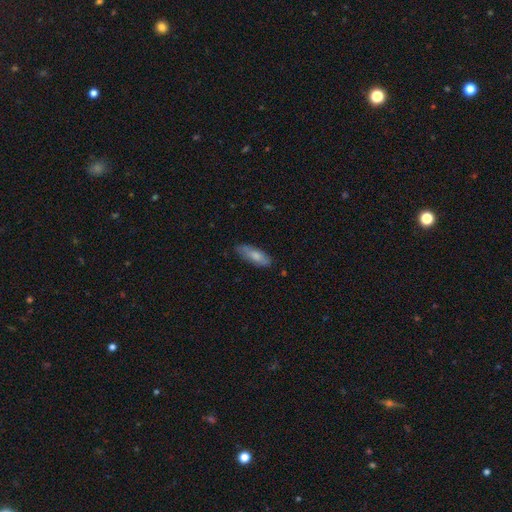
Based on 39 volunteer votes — smooth_or_featured: smooth (p=0.64) [alt: featured or disk p=0.33]
how_rounded: in between (p=0.64) [alt: cigar-shaped p=0.32]
merging: none (p=0.66) [alt: minor disturbance p=0.26]